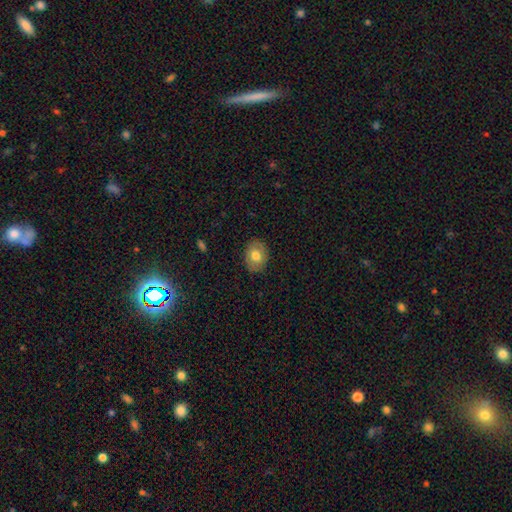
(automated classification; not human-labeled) A smooth galaxy with no disk features (72%) that is in between round and cigar-shaped (62%). Merging: none (87%).